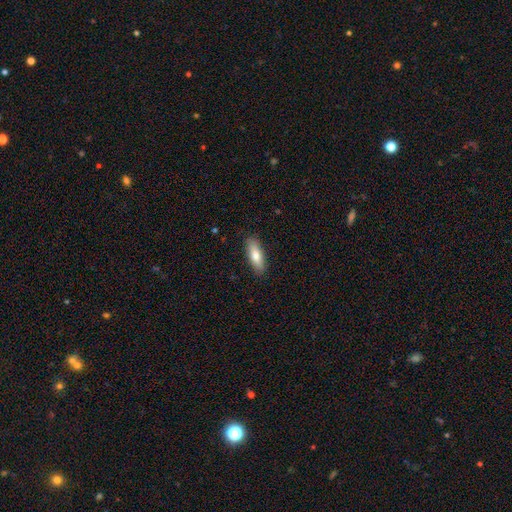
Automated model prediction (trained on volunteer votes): Smooth or featured?
  - smooth: 76% *
  - featured or disk: 18%
  - star or artifact: 6%
How rounded?
  - in between: 60% *
  - cigar-shaped: 38%
  - round: 2%
Merging?
  - none: 87% *
  - minor disturbance: 10%
  - major disturbance: 2%
  - merger: 1%